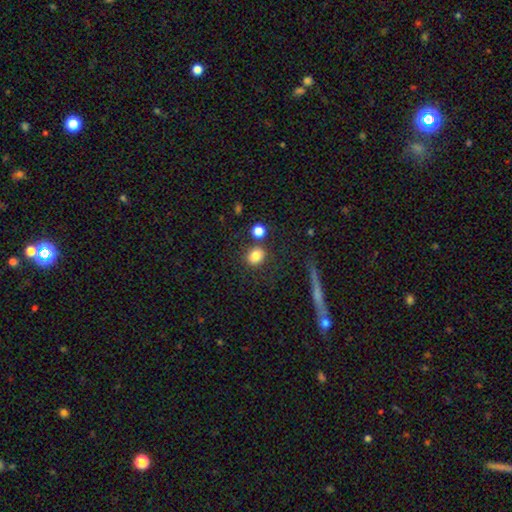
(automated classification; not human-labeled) smooth 82%, star or artifact 11%, featured or disk 7%. Down the decision tree: how rounded — round (67%); merging — none (76%).